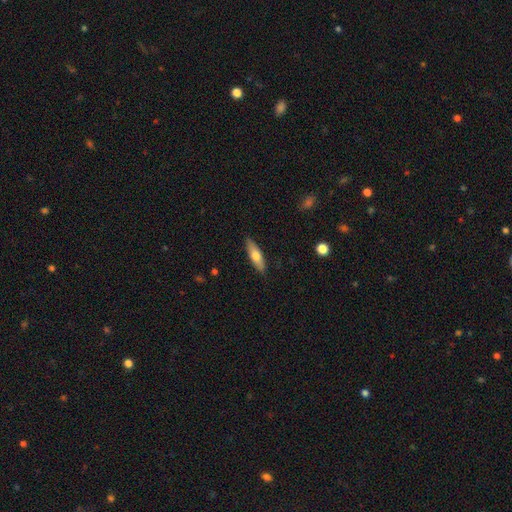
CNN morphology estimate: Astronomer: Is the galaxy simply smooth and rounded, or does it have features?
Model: smooth — 64%.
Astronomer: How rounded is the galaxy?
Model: cigar-shaped — 57% (runner-up: in between, 41%).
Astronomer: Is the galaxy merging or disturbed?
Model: none — 88%.